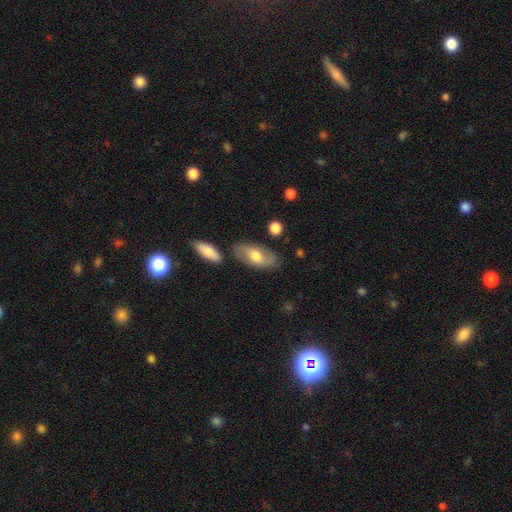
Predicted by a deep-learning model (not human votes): The model was most divided on "smooth or featured": smooth: 55%, featured or disk: 39%, star or artifact: 6%. More confident: how rounded — in between (90%); merging — none (76%).